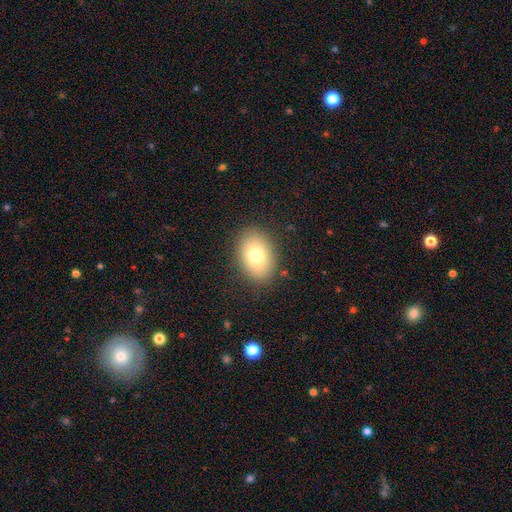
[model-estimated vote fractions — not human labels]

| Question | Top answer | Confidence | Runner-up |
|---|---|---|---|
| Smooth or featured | smooth | 75% | featured or disk (14%) |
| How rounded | in between | 74% | round (25%) |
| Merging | none | 86% | minor disturbance (9%) |